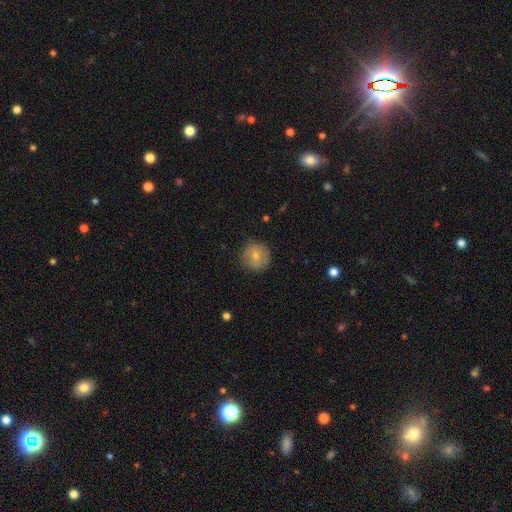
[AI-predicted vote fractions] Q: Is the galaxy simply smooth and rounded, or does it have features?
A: smooth — 71%.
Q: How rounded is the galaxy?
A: round — 95%.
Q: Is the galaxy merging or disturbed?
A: none — 86%.